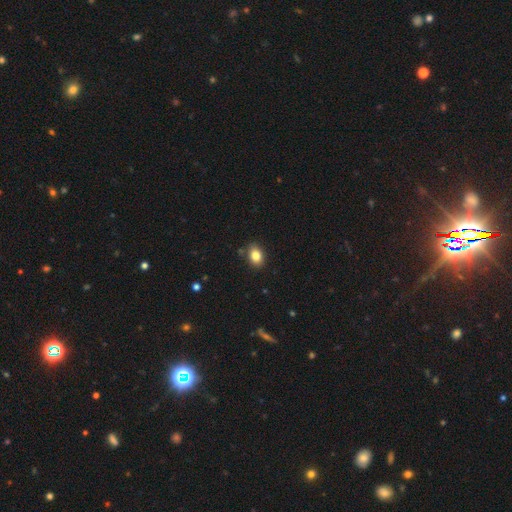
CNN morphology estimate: Overall: smooth (83%). How rounded: in between (72%). Merging: none (84%).